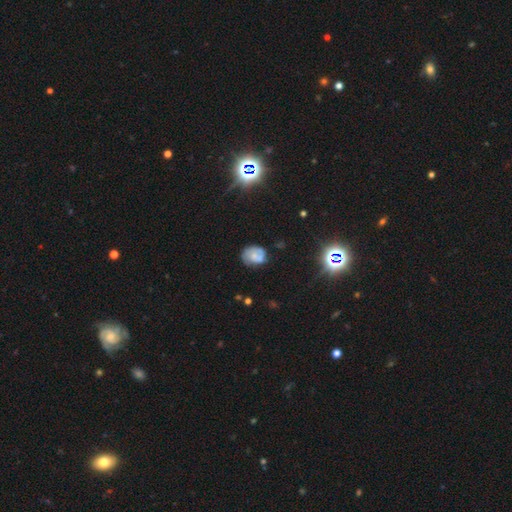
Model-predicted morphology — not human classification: type=smooth (53%); roundness=round (51%); merging=none (57%).